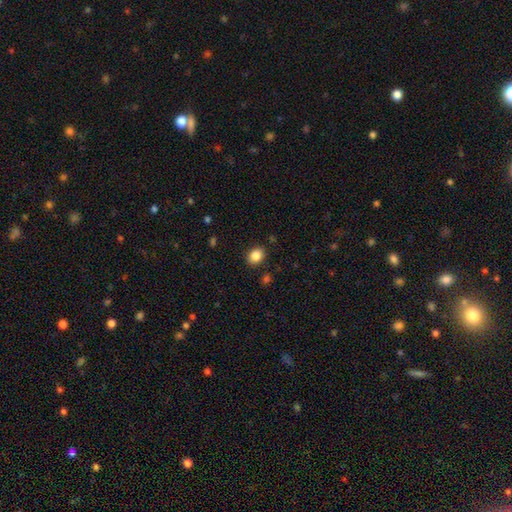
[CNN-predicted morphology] This appears to be a smooth galaxy with no disk features (86%) that is in between round and cigar-shaped (54%). Merging: none (88%).